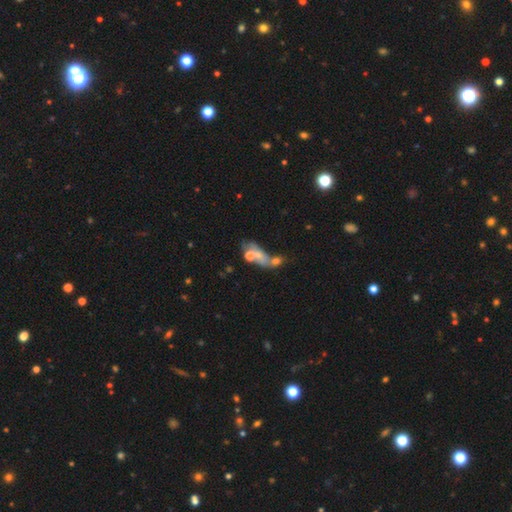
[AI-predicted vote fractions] The model was most divided on "smooth or featured": smooth: 41%, featured or disk: 38%, star or artifact: 21%. More confident: merging — merger (56%).